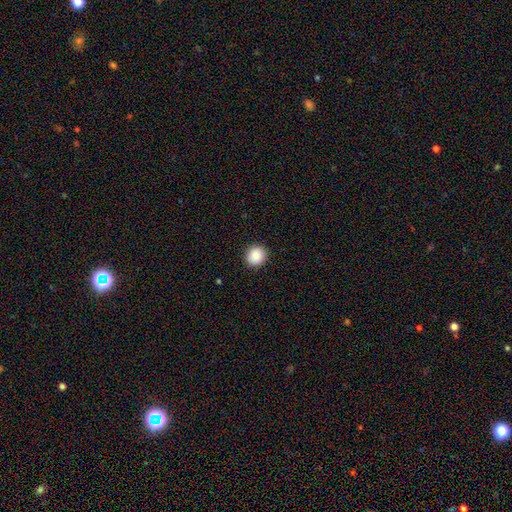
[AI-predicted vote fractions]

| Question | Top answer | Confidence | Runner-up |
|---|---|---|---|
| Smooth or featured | smooth | 88% | star or artifact (8%) |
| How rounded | round | 87% | in between (12%) |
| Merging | none | 92% | minor disturbance (6%) |